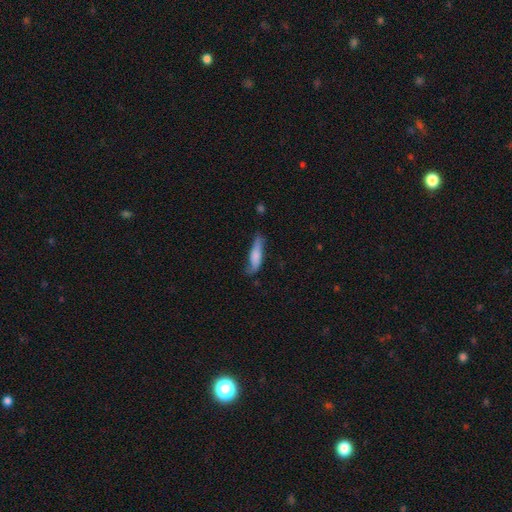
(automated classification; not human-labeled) A smooth galaxy with no disk features (72%) that is cigar-shaped (72%).

Vote fractions:
- Smooth or featured? smooth: 72% / featured or disk: 22% / star or artifact: 6%
- How rounded? cigar-shaped: 72% / in between: 26% / round: 2%
- Merging? none: 58% / minor disturbance: 31% / major disturbance: 9% / merger: 3%